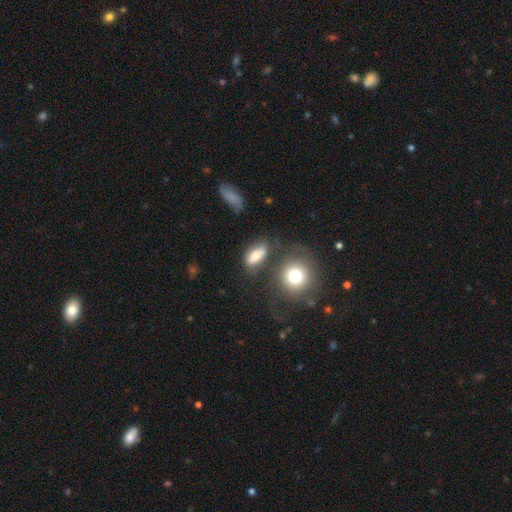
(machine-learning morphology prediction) smooth-or-featured: smooth: 69% | featured or disk: 22% | star or artifact: 10%
  how-rounded: in between: 80% | round: 11% | cigar-shaped: 9%
  merging: none: 56% | minor disturbance: 20% | merger: 14% | major disturbance: 11%